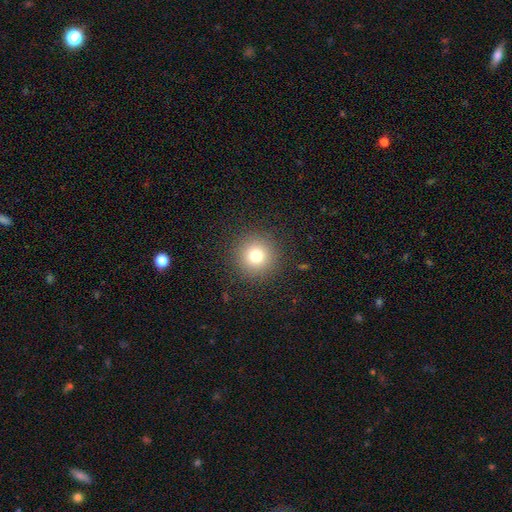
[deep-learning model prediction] Q: Smooth or featured?
A: smooth (78%); runner-up: star or artifact (13%)
Q: How rounded?
A: round (95%); runner-up: in between (4%)
Q: Merging?
A: none (90%); runner-up: minor disturbance (6%)